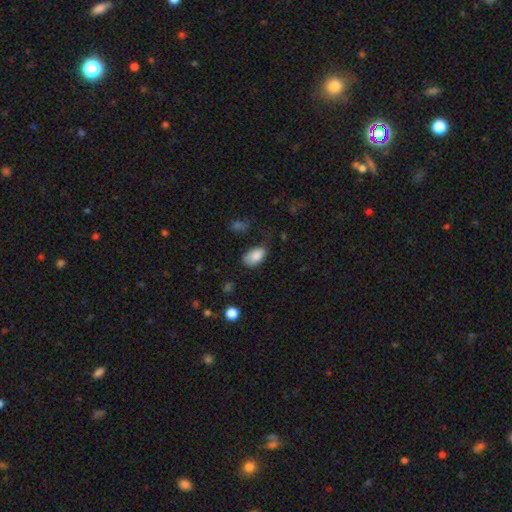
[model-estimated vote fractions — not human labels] A smooth galaxy with no disk features (85%) that is in between round and cigar-shaped (93%). Merging: none (55%).